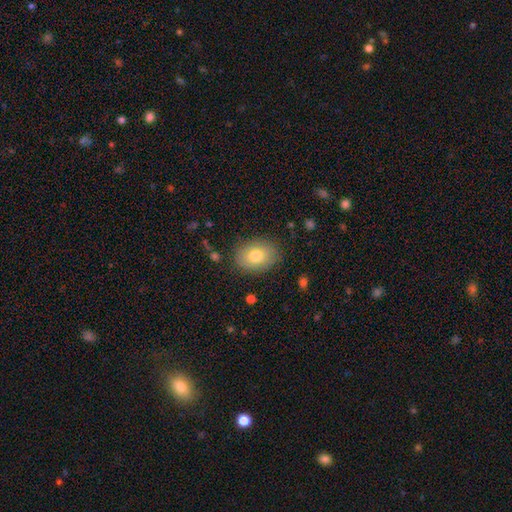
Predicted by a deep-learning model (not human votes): Smooth or featured?
  - smooth: 77% *
  - featured or disk: 15%
  - star or artifact: 8%
How rounded?
  - in between: 69% *
  - round: 30%
  - cigar-shaped: 1%
Merging?
  - none: 84% *
  - minor disturbance: 12%
  - major disturbance: 3%
  - merger: 1%